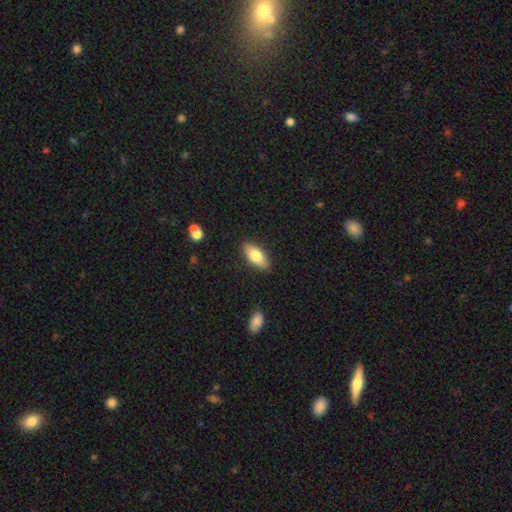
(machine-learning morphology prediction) Smooth or featured? smooth (75%)
How rounded? in between (83%)
Merging? none (87%)